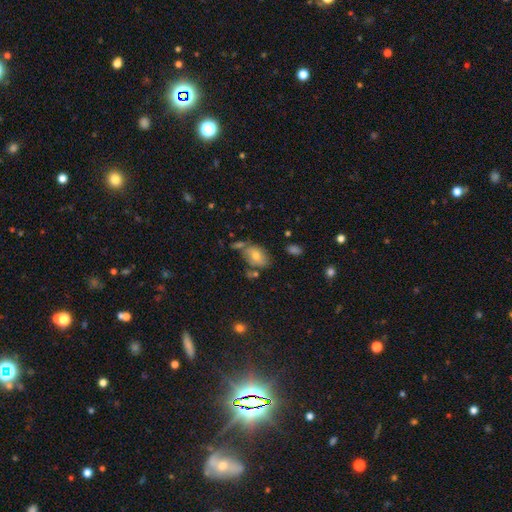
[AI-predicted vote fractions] Smooth or featured? smooth (67%)
How rounded? in between (86%)
Merging? none (56%)